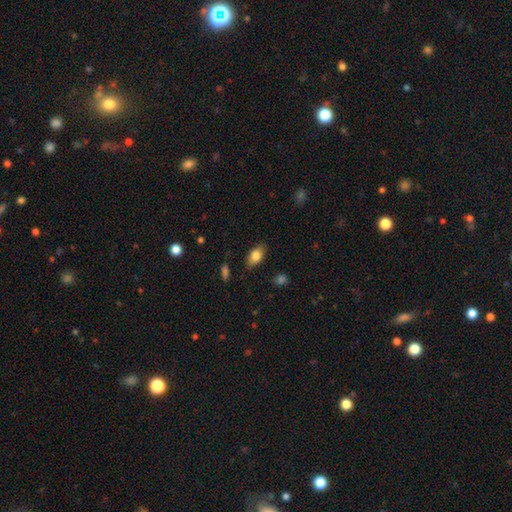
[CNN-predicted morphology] Smooth or featured? smooth (82%)
How rounded? in between (89%)
Merging? none (82%)